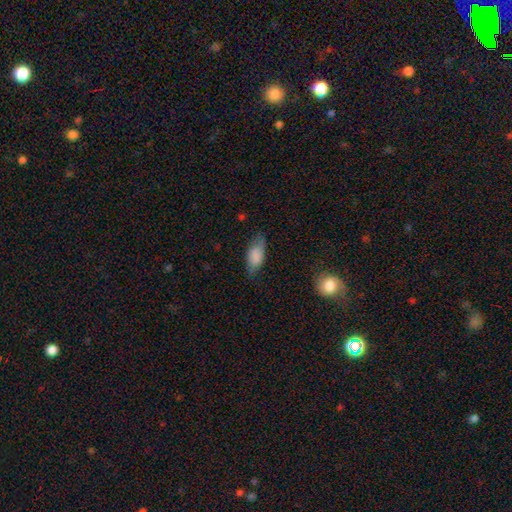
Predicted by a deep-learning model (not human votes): This appears to be a smooth galaxy with no disk features (80%) that is in between round and cigar-shaped (85%). Merging: none (63%).